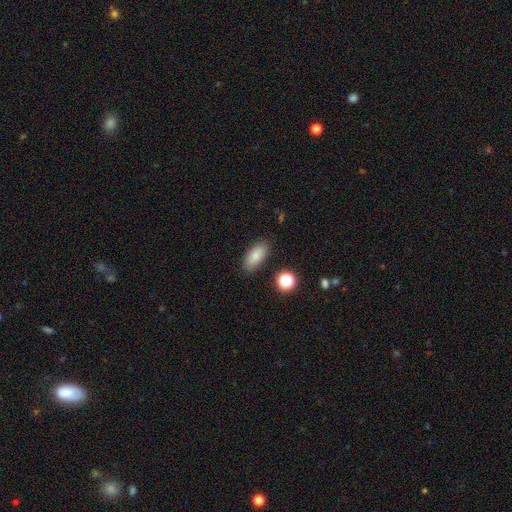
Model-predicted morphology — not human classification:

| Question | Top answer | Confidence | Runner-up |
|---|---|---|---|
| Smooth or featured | smooth | 82% | star or artifact (9%) |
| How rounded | in between | 86% | cigar-shaped (10%) |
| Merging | none | 85% | minor disturbance (10%) |